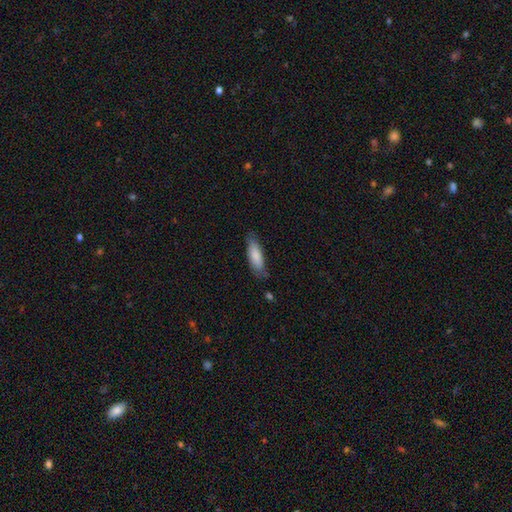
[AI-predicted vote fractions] Morphology: type=smooth (82%); roundness=in between (56%); merging=none (69%).